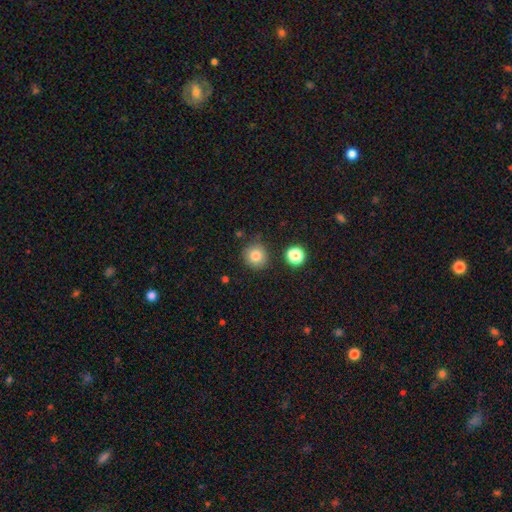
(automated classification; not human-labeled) Q: Smooth or featured?
A: smooth (82%); runner-up: star or artifact (11%)
Q: How rounded?
A: round (92%); runner-up: in between (7%)
Q: Merging?
A: none (82%); runner-up: minor disturbance (11%)